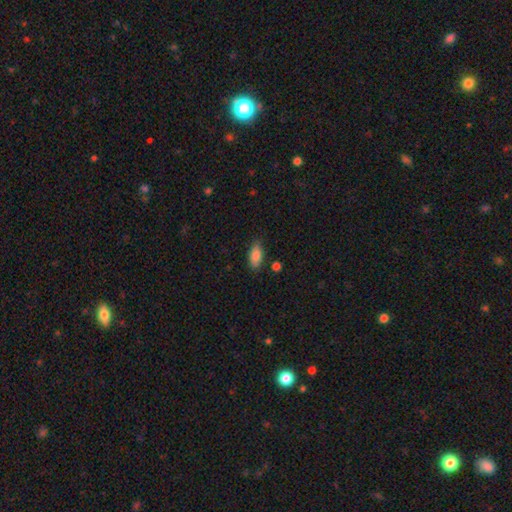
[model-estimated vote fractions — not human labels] Smooth or featured?
  - smooth: 84% *
  - featured or disk: 8%
  - star or artifact: 7%
How rounded?
  - in between: 88% *
  - cigar-shaped: 9%
  - round: 3%
Merging?
  - none: 81% *
  - minor disturbance: 13%
  - merger: 3%
  - major disturbance: 3%